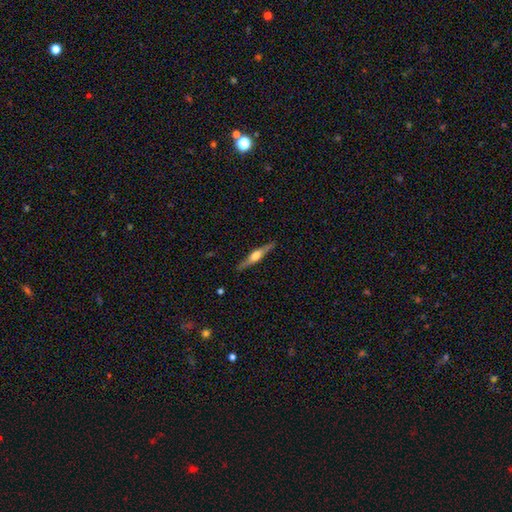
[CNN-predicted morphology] smooth_or_featured: featured or disk (p=0.69) [alt: smooth p=0.26]
disk_edge_on: yes (p=0.97) [alt: no p=0.03]
edge_on_bulge: rounded (p=0.88) [alt: boxy p=0.09]
merging: none (p=0.88) [alt: minor disturbance p=0.09]